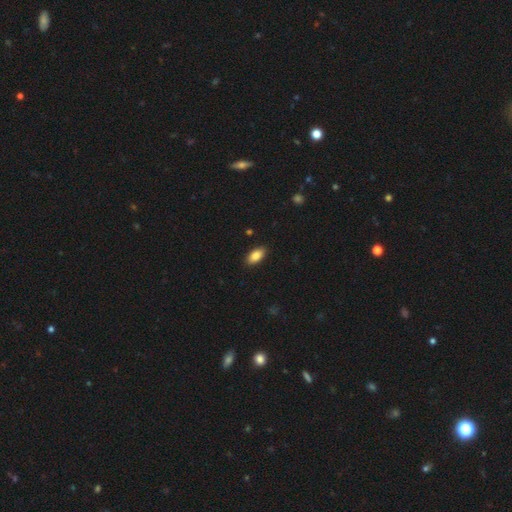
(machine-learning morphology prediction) Overall: smooth (86%). How rounded: in between (92%). Merging: none (89%).